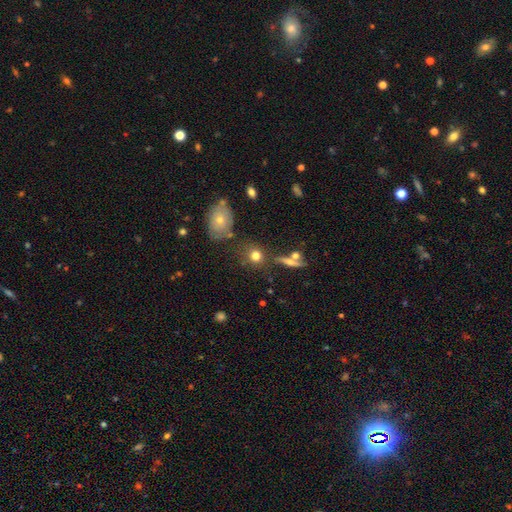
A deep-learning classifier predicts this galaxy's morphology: Overall: smooth (75%). How rounded: round (78%). Merging: none (68%).